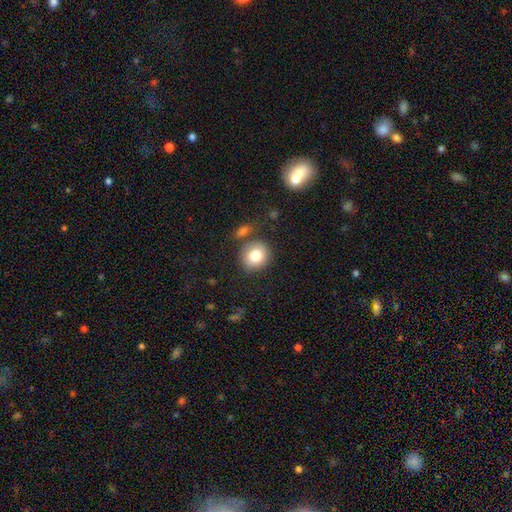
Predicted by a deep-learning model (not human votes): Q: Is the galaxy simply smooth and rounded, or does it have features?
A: smooth — 80%.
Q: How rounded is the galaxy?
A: round — 85%.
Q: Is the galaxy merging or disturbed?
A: none — 75%.